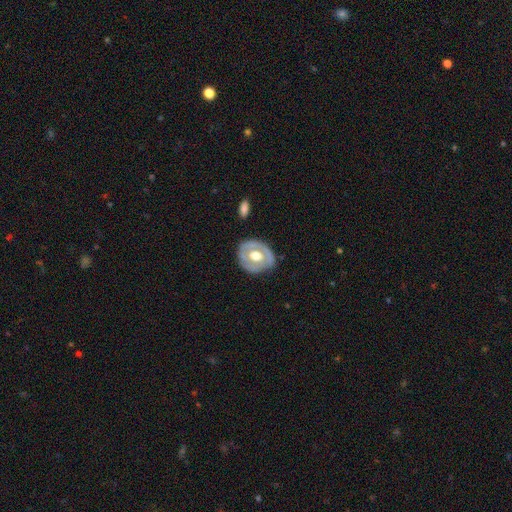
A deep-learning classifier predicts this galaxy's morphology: A featured or disk galaxy (65%) with no bar (70%), no spiral arms (66%) and a moderate central bulge (55%). Merging: none (77%).